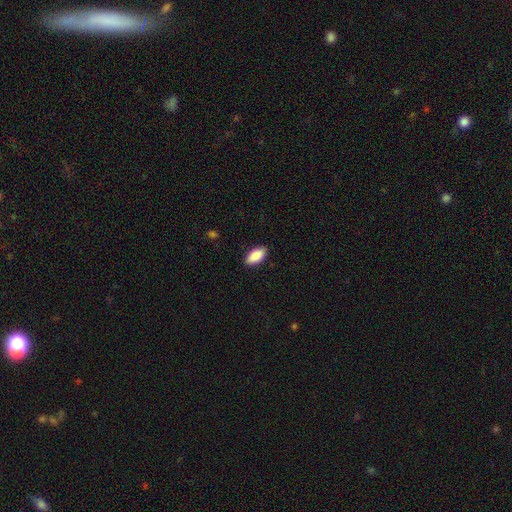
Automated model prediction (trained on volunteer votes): smooth-or-featured: smooth: 88% | star or artifact: 6% | featured or disk: 6%
  how-rounded: in between: 92% | cigar-shaped: 6% | round: 2%
  merging: none: 89% | minor disturbance: 8% | major disturbance: 2% | merger: 1%